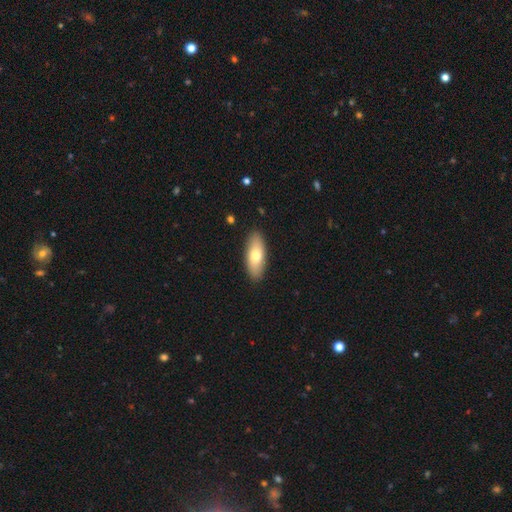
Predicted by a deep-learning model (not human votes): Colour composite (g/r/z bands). It shows a smooth galaxy with no disk features (71%) that is in between round and cigar-shaped (76%). Merging: none (90%).